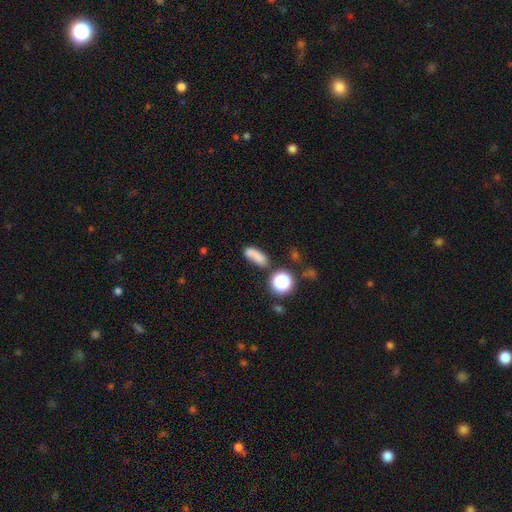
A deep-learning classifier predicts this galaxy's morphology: A smooth galaxy with no disk features (70%) that is in between round and cigar-shaped (59%).

Vote fractions:
- Smooth or featured? smooth: 70% / star or artifact: 16% / featured or disk: 15%
- How rounded? in between: 59% / cigar-shaped: 23% / round: 19%
- Merging? none: 50% / merger: 23% / minor disturbance: 17% / major disturbance: 9%